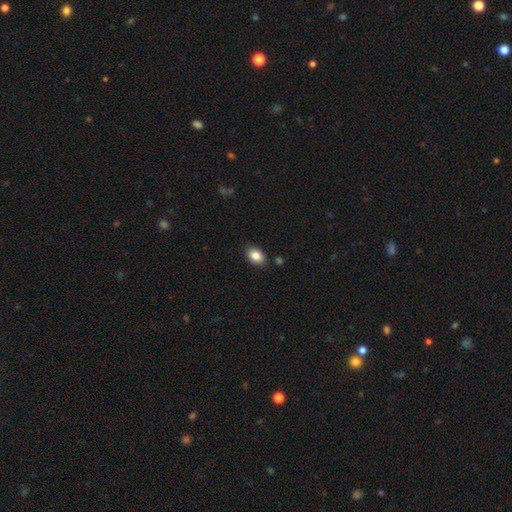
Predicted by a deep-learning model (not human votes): smooth-or-featured: smooth: 87% | star or artifact: 8% | featured or disk: 6%
  how-rounded: in between: 83% | round: 15% | cigar-shaped: 1%
  merging: none: 85% | minor disturbance: 10% | major disturbance: 2% | merger: 2%